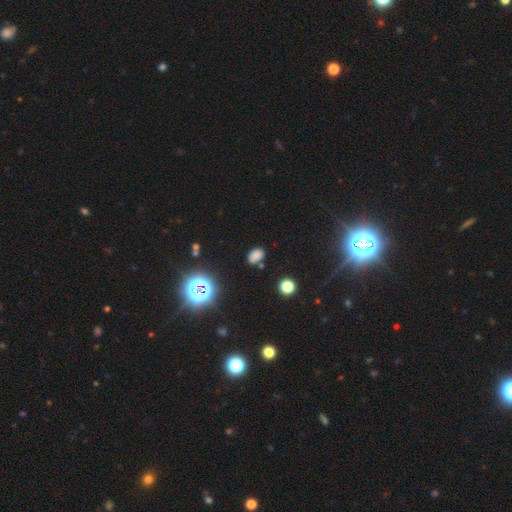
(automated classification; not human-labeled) Smooth or featured? smooth (72%)
How rounded? in between (82%)
Merging? none (78%)